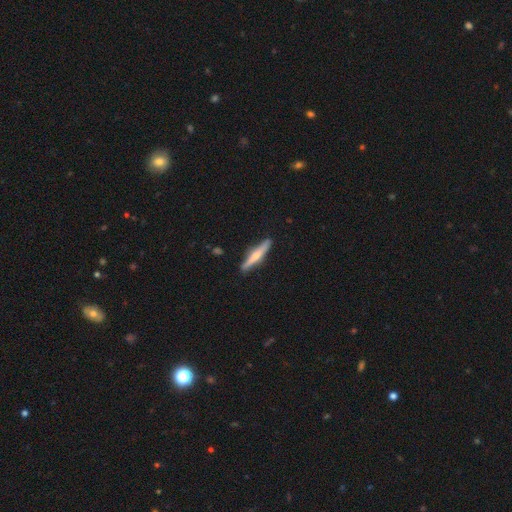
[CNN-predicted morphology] Smooth or featured? featured or disk (49%)
Merging? none (88%)